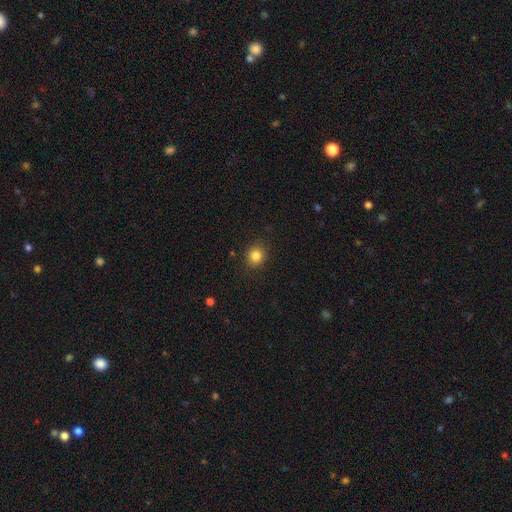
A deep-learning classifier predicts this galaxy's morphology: Smooth or featured? Predicted: smooth (p=0.84). How rounded? Predicted: round (p=0.79). Merging? Predicted: none (p=0.89).